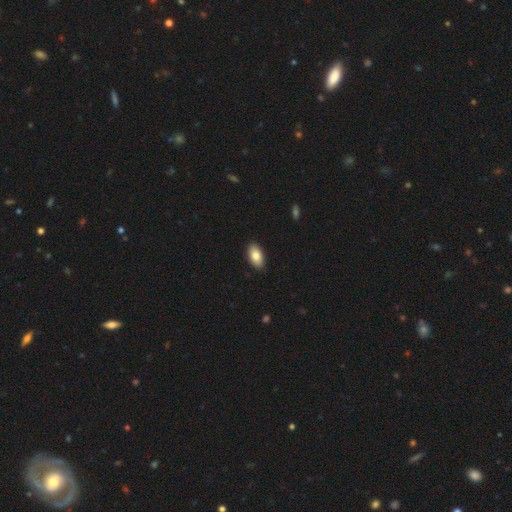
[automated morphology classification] Smooth or featured?
  - smooth: 84% *
  - featured or disk: 9%
  - star or artifact: 7%
How rounded?
  - in between: 94% *
  - round: 3%
  - cigar-shaped: 3%
Merging?
  - none: 89% *
  - minor disturbance: 8%
  - major disturbance: 2%
  - merger: 1%